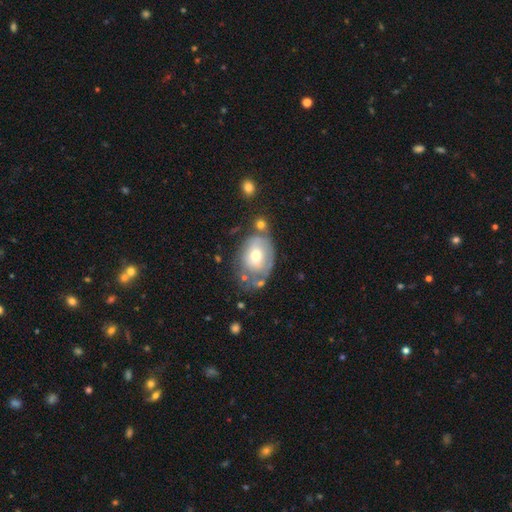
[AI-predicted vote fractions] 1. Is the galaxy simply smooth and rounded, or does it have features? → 49% smooth, 44% featured or disk, 7% star or artifact.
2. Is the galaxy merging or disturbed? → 41% none, 28% minor disturbance, 18% major disturbance, 14% merger.